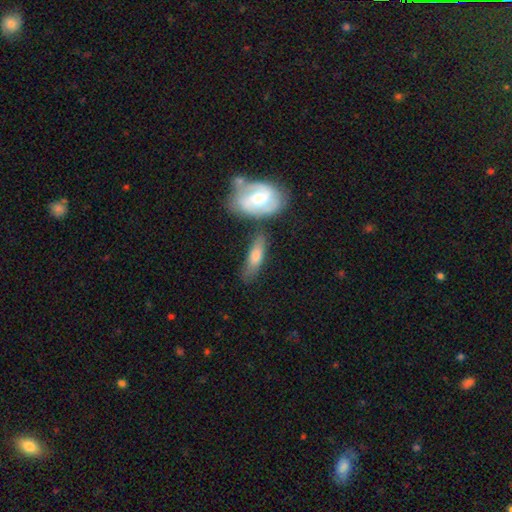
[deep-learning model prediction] smooth_or_featured: smooth (p=0.50) [alt: featured or disk p=0.43]
how_rounded: in between (p=0.62) [alt: cigar-shaped p=0.33]
merging: none (p=0.58) [alt: minor disturbance p=0.19]